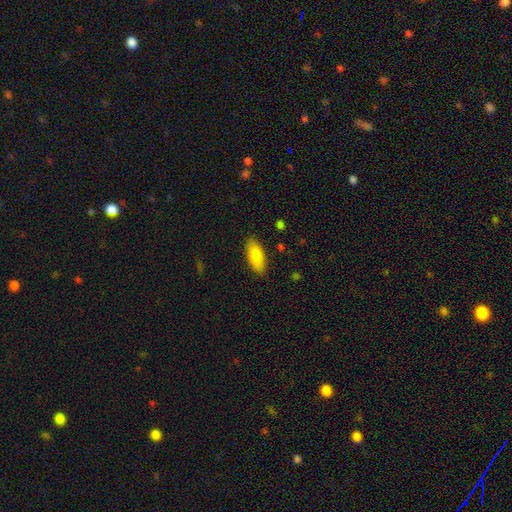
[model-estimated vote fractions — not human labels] Overall: smooth (84%). How rounded: in between (85%). Merging: none (87%).